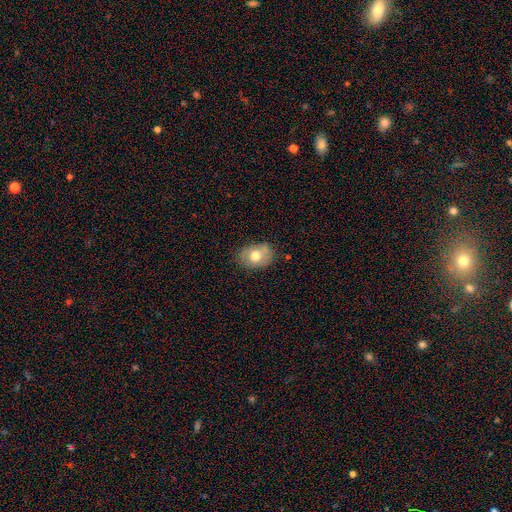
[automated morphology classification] This is likely a smooth galaxy (69%). How rounded: likely in between (71%). Merging: likely none (75%).